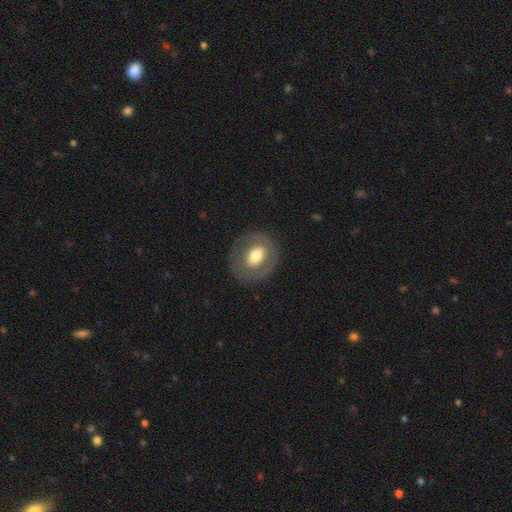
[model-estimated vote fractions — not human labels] Smooth or featured? Predicted: smooth (p=0.51). How rounded? Predicted: round (p=0.54). Merging? Predicted: none (p=0.79).